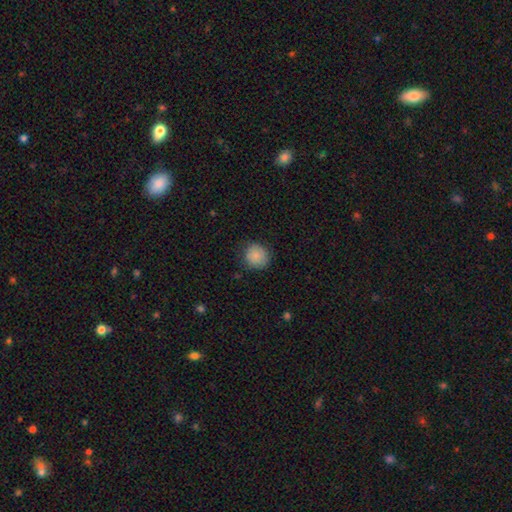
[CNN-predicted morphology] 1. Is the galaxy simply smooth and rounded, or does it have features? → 85% smooth, 9% star or artifact, 6% featured or disk.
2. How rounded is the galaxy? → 89% round, 10% in between, 1% cigar-shaped.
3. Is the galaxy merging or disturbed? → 81% none, 15% minor disturbance, 3% major disturbance, 1% merger.